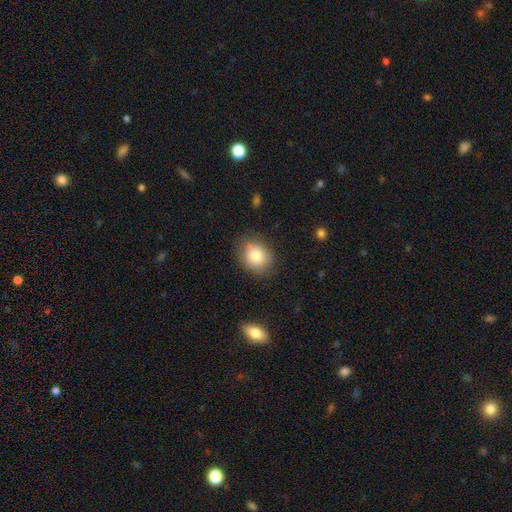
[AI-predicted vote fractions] A smooth galaxy with no disk features (82%) that is round (60%). Merging: none (79%).